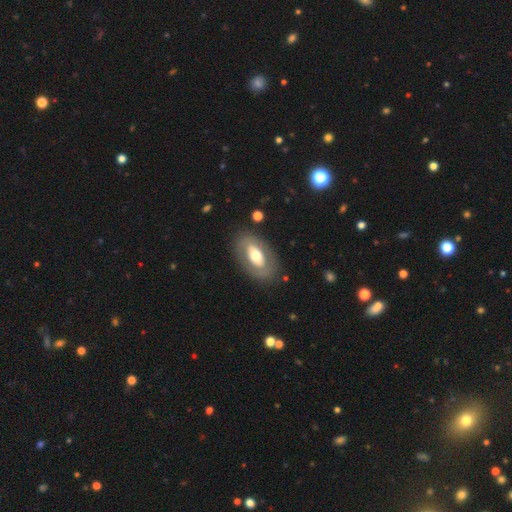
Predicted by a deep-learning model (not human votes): Smooth or featured?
  - featured or disk: 50% *
  - smooth: 44%
  - star or artifact: 5%
Edge-on disk?
  - no: 89% *
  - yes: 11%
Merging?
  - none: 81% *
  - minor disturbance: 11%
  - major disturbance: 6%
  - merger: 2%